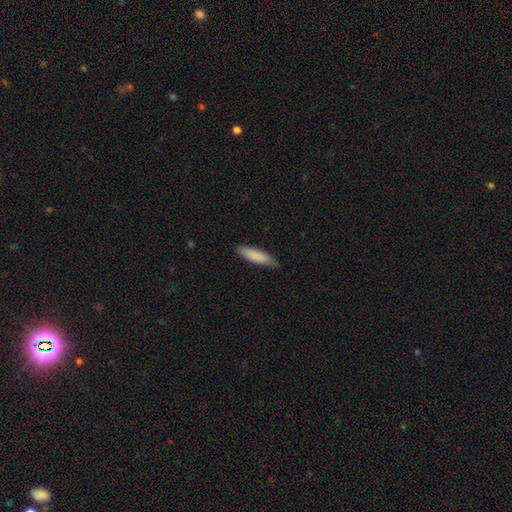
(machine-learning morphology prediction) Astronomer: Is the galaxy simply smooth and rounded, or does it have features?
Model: smooth — 85%.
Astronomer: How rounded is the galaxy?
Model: cigar-shaped — 68%.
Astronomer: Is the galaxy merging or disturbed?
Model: none — 77%.